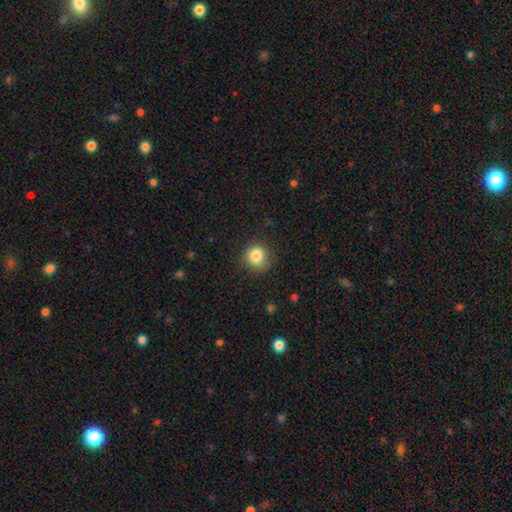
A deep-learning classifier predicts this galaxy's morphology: Smooth or featured? smooth (84%)
How rounded? round (88%)
Merging? none (80%)